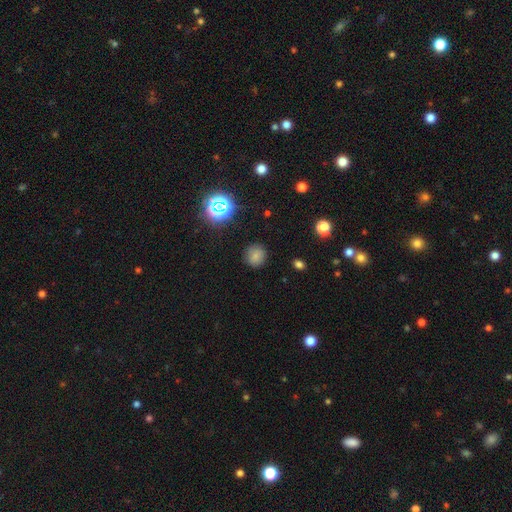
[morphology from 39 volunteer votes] type=smooth (79%); roundness=round (100%); merging=none (89%).